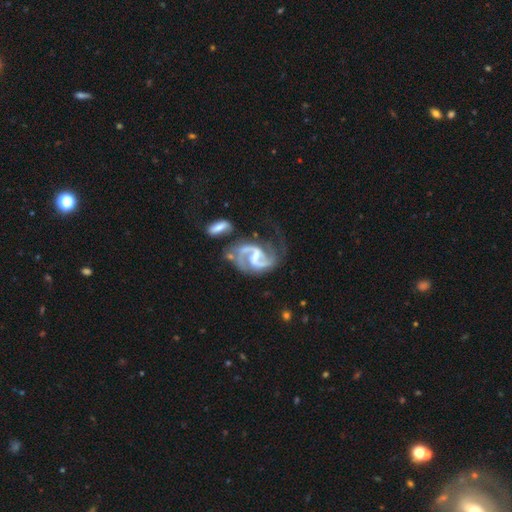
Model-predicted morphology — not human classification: The model was most divided on "bar": weak: 48%, strong: 29%, no: 24%. Remaining: spiral arms — yes (98%); edge-on disk — no (98%); smooth or featured — featured or disk (93%); spiral arm count — 2 (92%); spiral winding — medium (60%); bulge size — small (59%); merging — none (46%).